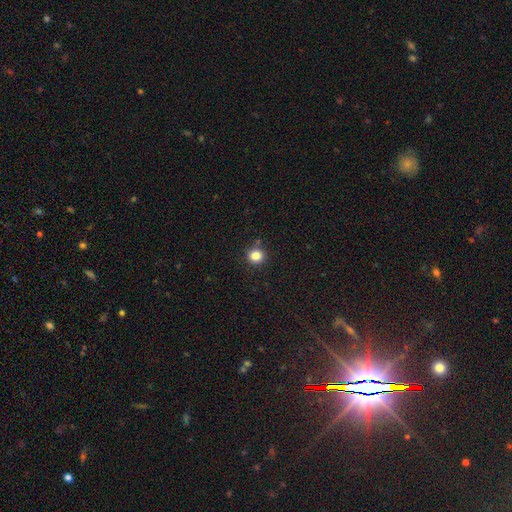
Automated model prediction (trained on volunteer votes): Smooth or featured? smooth (83%)
How rounded? round (90%)
Merging? none (88%)